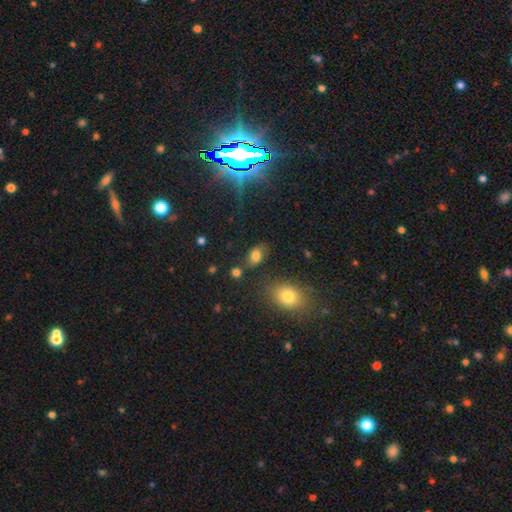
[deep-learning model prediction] smooth-or-featured: smooth: 73% | star or artifact: 14% | featured or disk: 13%
  how-rounded: in between: 84% | round: 13% | cigar-shaped: 3%
  merging: none: 69% | minor disturbance: 18% | merger: 7% | major disturbance: 6%